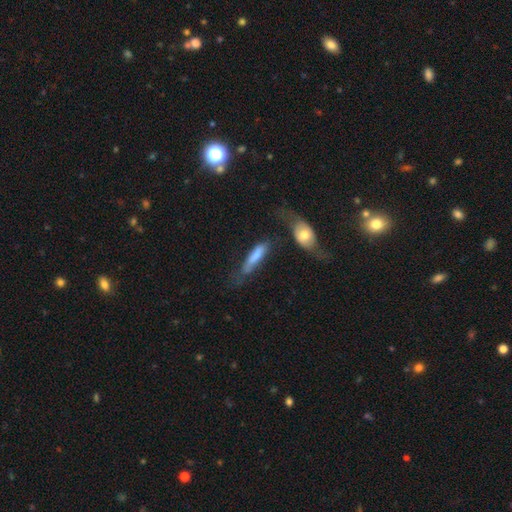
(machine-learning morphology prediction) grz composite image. It shows a smooth galaxy with no disk features (66%) that is cigar-shaped (73%). Merging: none (40%).